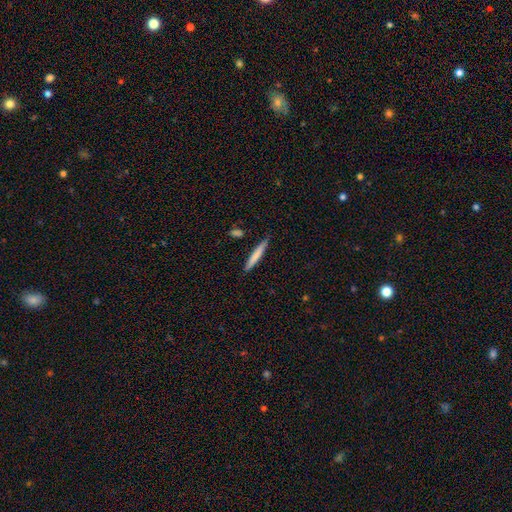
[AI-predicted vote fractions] Overall: smooth (73%). How rounded: cigar-shaped (95%). Merging: none (87%).